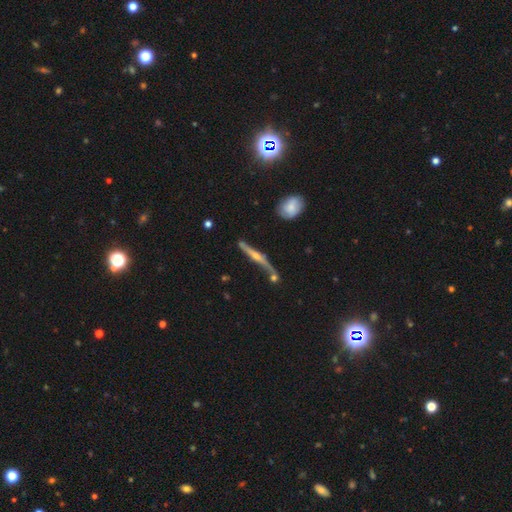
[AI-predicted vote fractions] Smooth or featured? Predicted: featured or disk (p=0.77). Edge-on disk? Predicted: yes (p=0.95). Edge-on bulge? Predicted: rounded (p=0.86). Merging? Predicted: none (p=0.70).